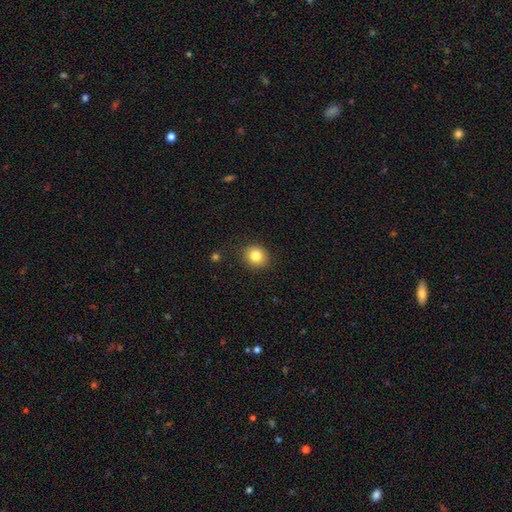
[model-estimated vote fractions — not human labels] Smooth or featured? Predicted: smooth (p=0.83). How rounded? Predicted: round (p=0.81). Merging? Predicted: none (p=0.87).